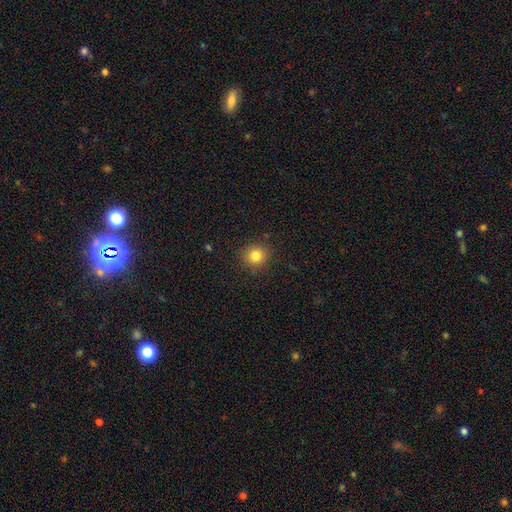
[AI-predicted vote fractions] Morphology: type=smooth (82%); roundness=round (90%); merging=none (89%).